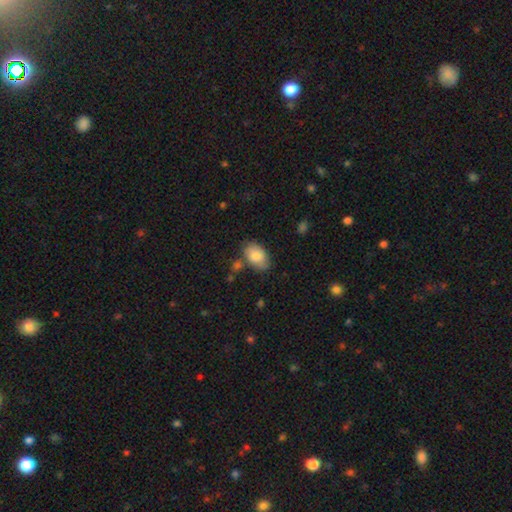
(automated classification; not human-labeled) smooth 82%, featured or disk 11%, star or artifact 7%. Down the decision tree: how rounded — in between (89%); merging — none (67%).